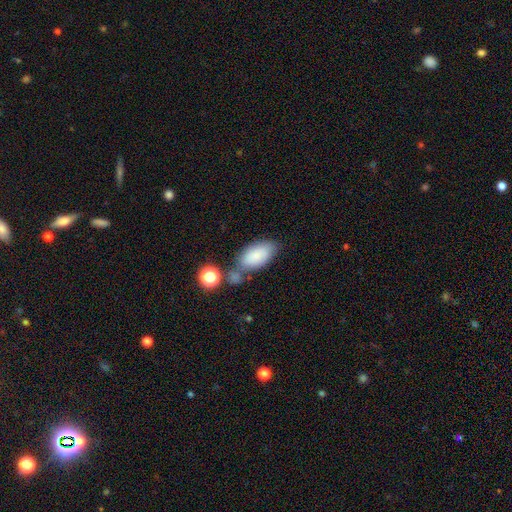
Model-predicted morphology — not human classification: Smooth or featured? smooth (82%)
How rounded? in between (93%)
Merging? none (55%)